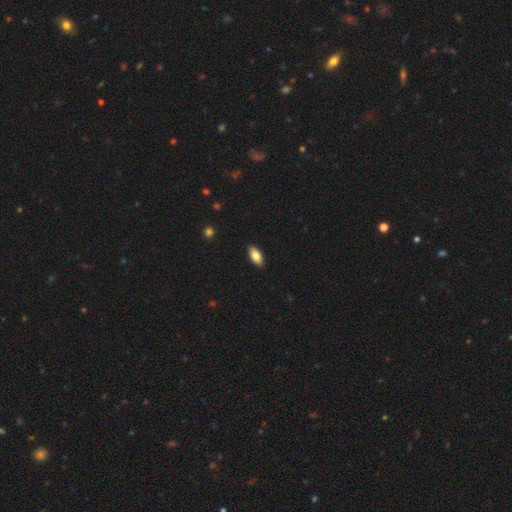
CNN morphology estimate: smooth-or-featured: smooth: 81% | featured or disk: 13% | star or artifact: 6%
  how-rounded: in between: 90% | cigar-shaped: 8% | round: 3%
  merging: none: 90% | minor disturbance: 7% | major disturbance: 2% | merger: 1%